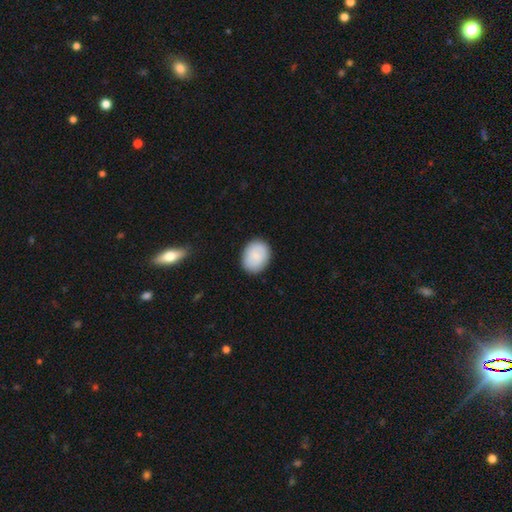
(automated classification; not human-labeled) This appears to be a smooth galaxy with no disk features (81%) that is in between round and cigar-shaped (54%). Merging: none (88%).